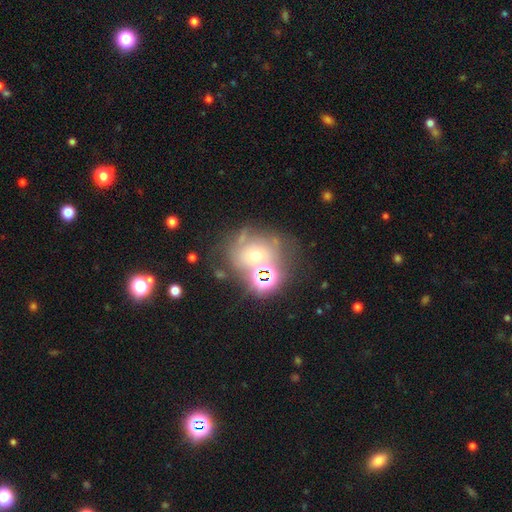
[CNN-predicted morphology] The model was most divided on "smooth or featured": featured or disk: 39%, smooth: 31%, star or artifact: 30%. More confident: merging — none (50%).